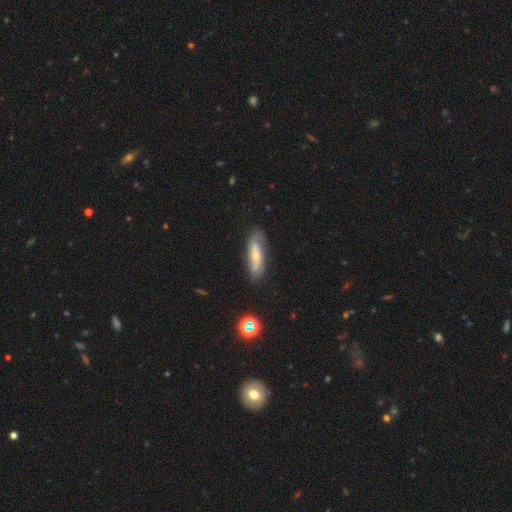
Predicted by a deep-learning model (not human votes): smooth_or_featured: featured or disk (p=0.57) [alt: smooth p=0.35]
disk_edge_on: no (p=0.71) [alt: yes p=0.29]
merging: none (p=0.66) [alt: minor disturbance p=0.23]